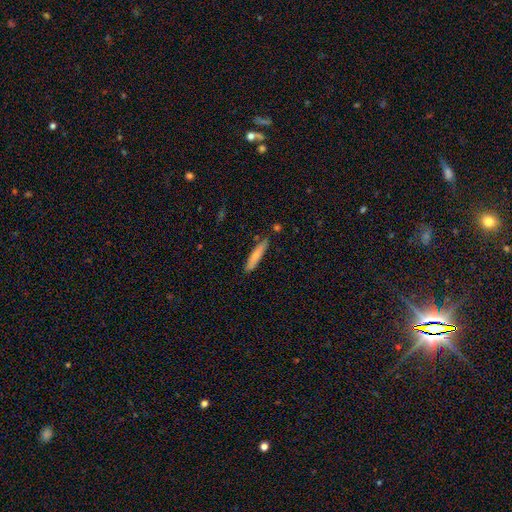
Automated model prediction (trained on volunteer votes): The model was most divided on "smooth or featured": smooth: 73%, featured or disk: 21%, star or artifact: 6%. More confident: how rounded — cigar-shaped (88%); merging — none (83%).